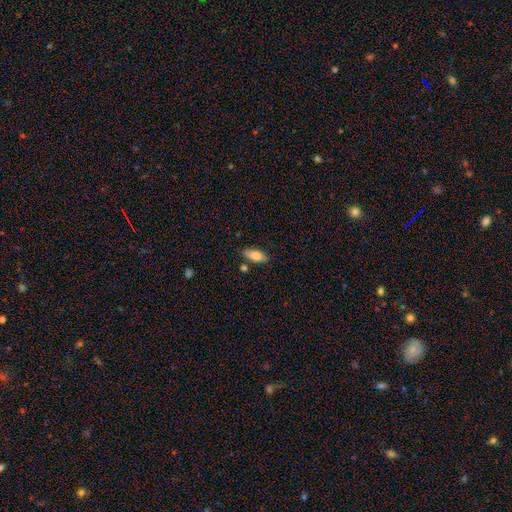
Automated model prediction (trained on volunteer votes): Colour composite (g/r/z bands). It shows a smooth galaxy with no disk features (79%) that is in between round and cigar-shaped (74%). Merging: none (76%).